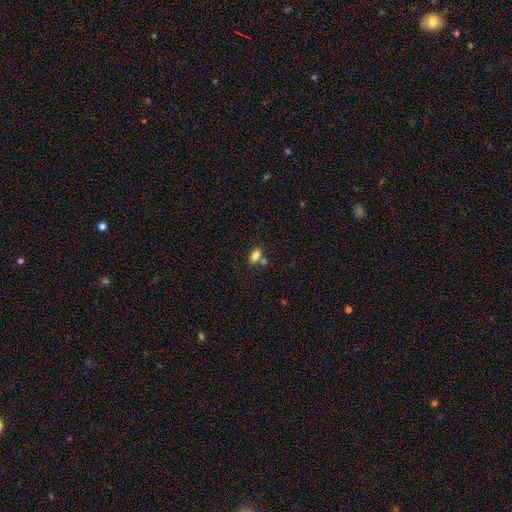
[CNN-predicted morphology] Smooth or featured? smooth (79%)
How rounded? in between (86%)
Merging? none (57%)